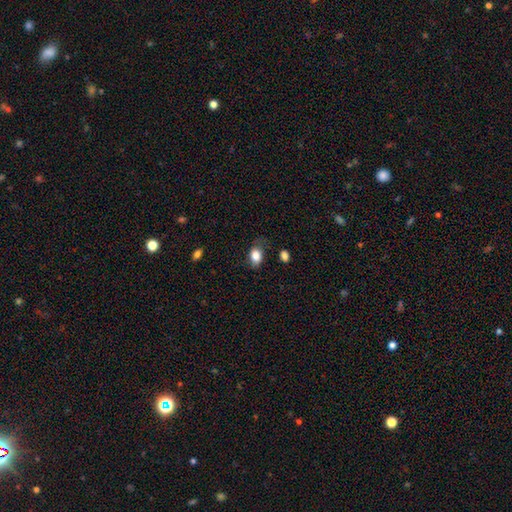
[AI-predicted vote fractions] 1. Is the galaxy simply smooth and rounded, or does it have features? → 84% smooth, 8% star or artifact, 8% featured or disk.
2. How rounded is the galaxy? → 79% in between, 19% round, 1% cigar-shaped.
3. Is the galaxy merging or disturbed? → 62% none, 26% minor disturbance, 10% major disturbance, 3% merger.